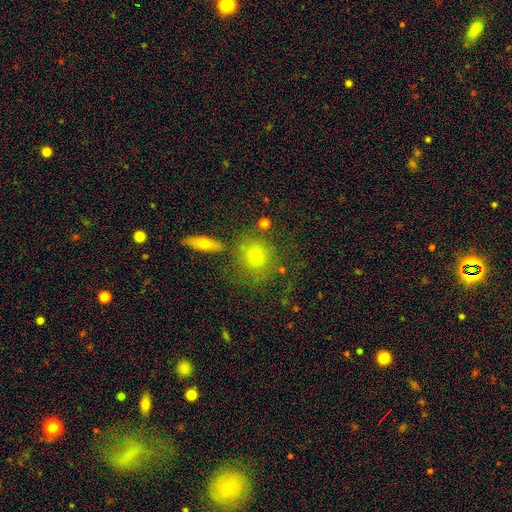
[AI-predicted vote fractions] This is likely a smooth galaxy (67%). How rounded: likely round (77%). Merging: likely none (64%).